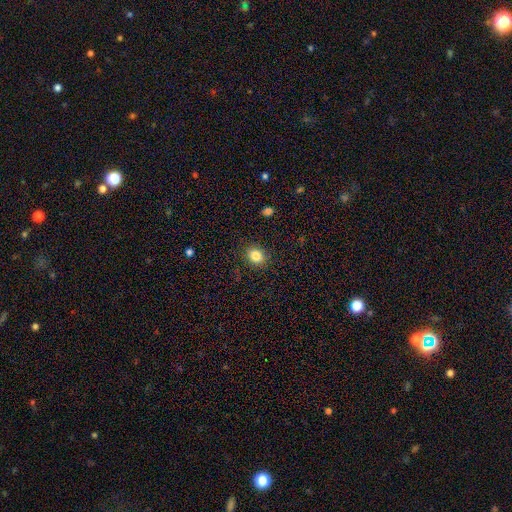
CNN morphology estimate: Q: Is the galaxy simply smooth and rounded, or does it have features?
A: smooth — 84%.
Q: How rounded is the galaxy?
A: round — 58%.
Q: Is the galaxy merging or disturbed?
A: none — 89%.